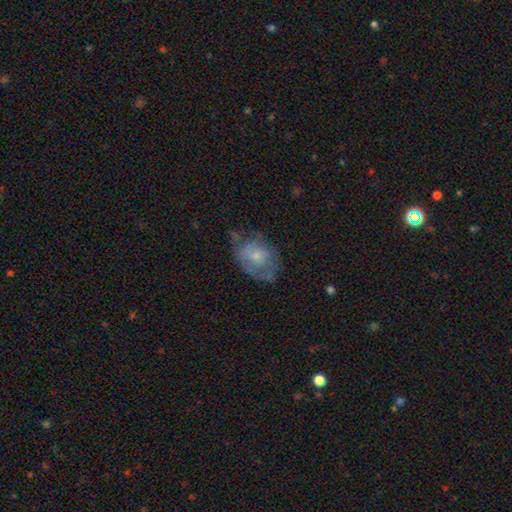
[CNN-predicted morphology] type=smooth (50%); merging=none (44%).